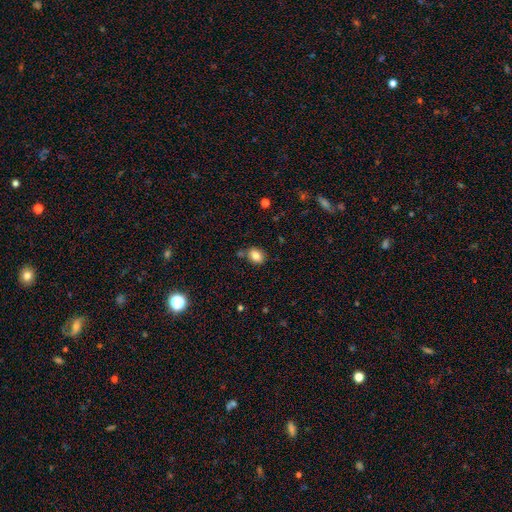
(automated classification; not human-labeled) smooth_or_featured: smooth (p=0.82) [alt: star or artifact p=0.10]
how_rounded: in between (p=0.64) [alt: round p=0.35]
merging: none (p=0.75) [alt: minor disturbance p=0.14]